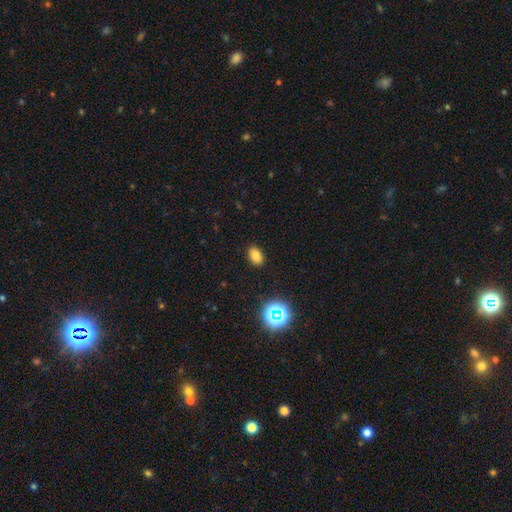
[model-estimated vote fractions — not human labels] smooth_or_featured: smooth (p=0.79) [alt: star or artifact p=0.16]
how_rounded: in between (p=0.85) [alt: round p=0.14]
merging: none (p=0.88) [alt: minor disturbance p=0.08]